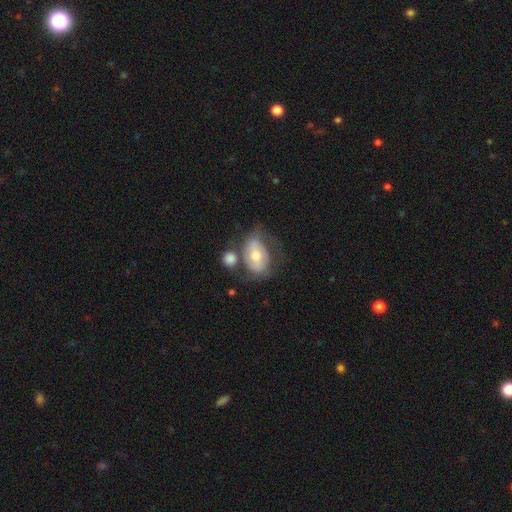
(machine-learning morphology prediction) Smooth or featured? featured or disk (50%)
Merging? none (35%)